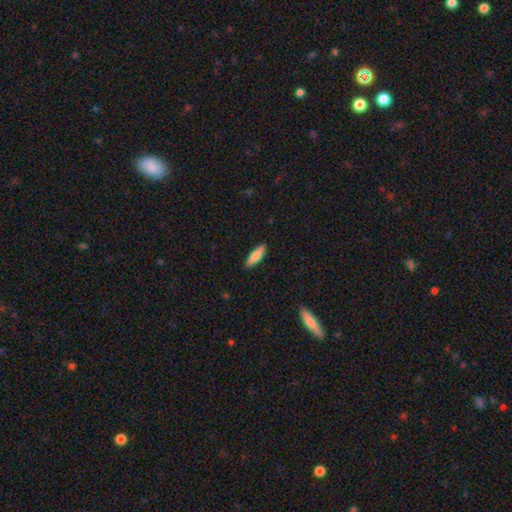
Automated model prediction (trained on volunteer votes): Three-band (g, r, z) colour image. It shows a smooth galaxy with no disk features (82%) that is cigar-shaped (55%). Merging: none (89%).